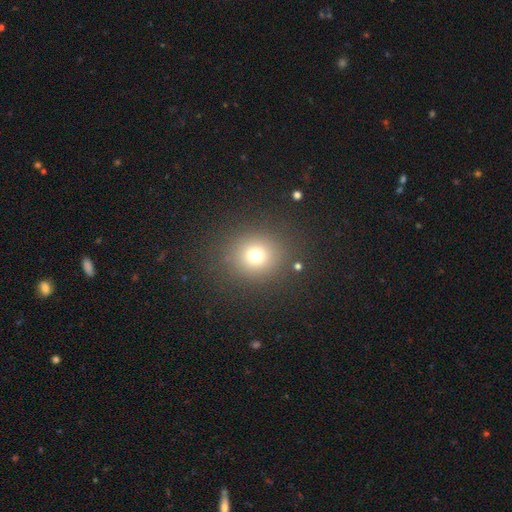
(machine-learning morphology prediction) smooth-or-featured: smooth: 71% | star or artifact: 19% | featured or disk: 9%
  how-rounded: round: 88% | in between: 11% | cigar-shaped: 1%
  merging: none: 87% | minor disturbance: 7% | major disturbance: 4% | merger: 2%